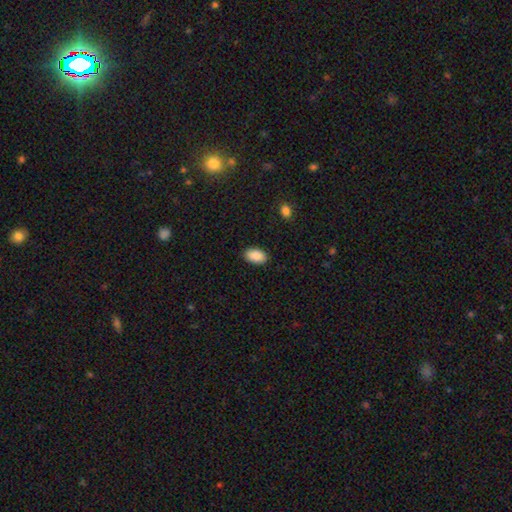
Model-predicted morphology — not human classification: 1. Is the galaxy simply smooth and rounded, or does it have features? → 89% smooth, 7% star or artifact, 4% featured or disk.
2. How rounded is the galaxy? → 93% in between, 5% round, 1% cigar-shaped.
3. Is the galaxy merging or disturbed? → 89% none, 8% minor disturbance, 2% major disturbance, 1% merger.